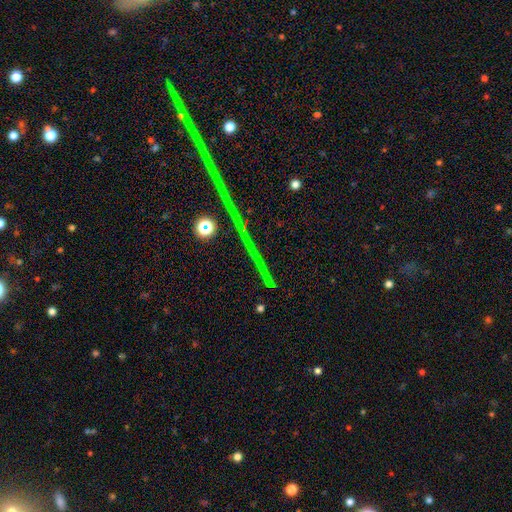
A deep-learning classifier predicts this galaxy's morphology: type=star or artifact (77%).